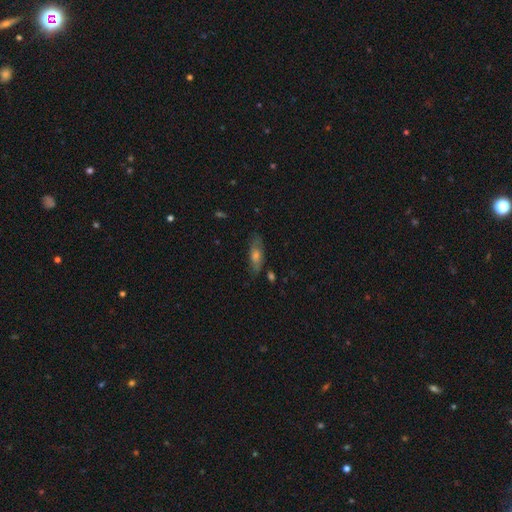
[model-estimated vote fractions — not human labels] Smooth or featured? smooth (49%)
Merging? none (79%)